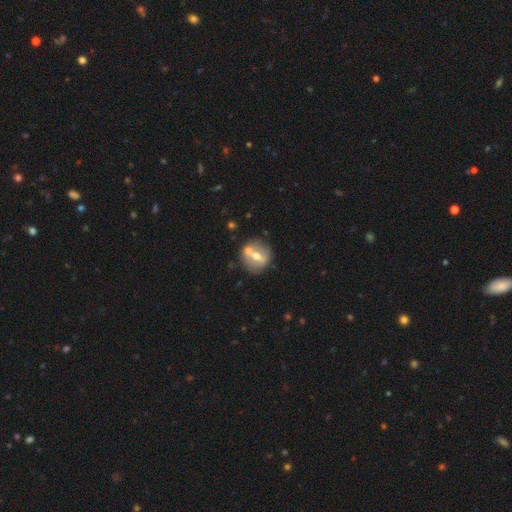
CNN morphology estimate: Smooth or featured? Predicted: featured or disk (p=0.53). Edge-on disk? Predicted: no (p=0.91). Merging? Predicted: none (p=0.60).